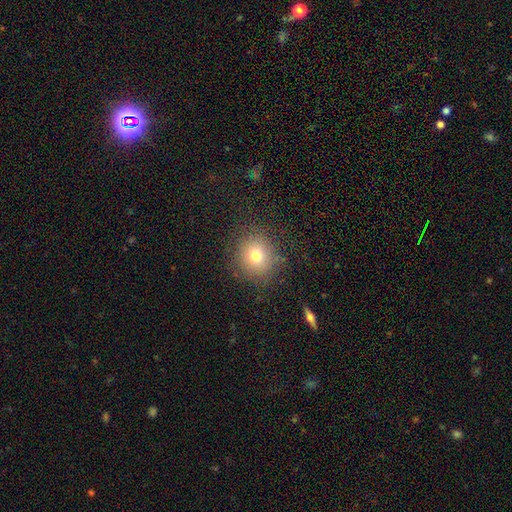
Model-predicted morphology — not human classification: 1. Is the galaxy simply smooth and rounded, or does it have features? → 75% smooth, 14% star or artifact, 11% featured or disk.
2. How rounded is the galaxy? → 85% round, 14% in between, 1% cigar-shaped.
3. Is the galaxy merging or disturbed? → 84% none, 10% minor disturbance, 5% major disturbance, 1% merger.